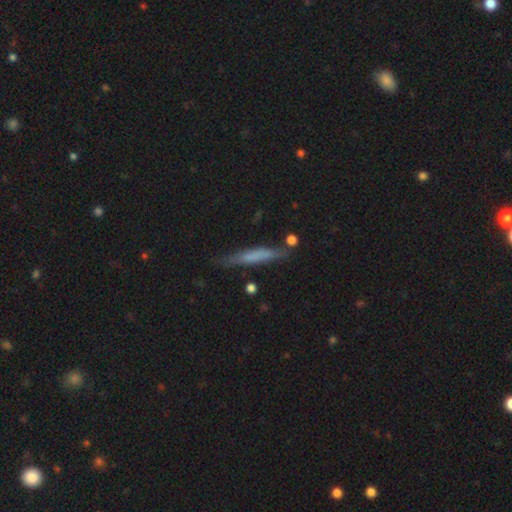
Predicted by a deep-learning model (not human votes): This is possibly a smooth galaxy (56%). How rounded: clearly cigar-shaped (92%). Merging: likely none (77%).